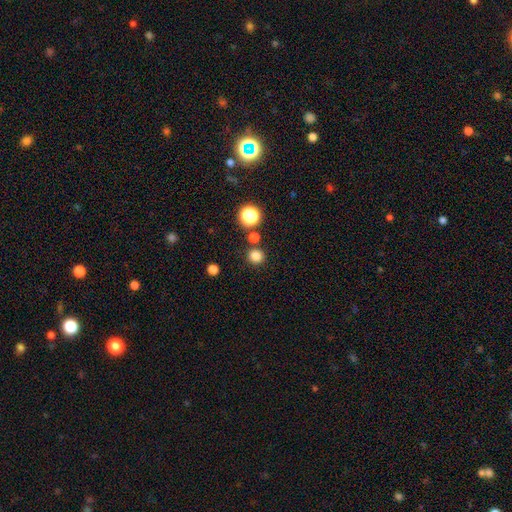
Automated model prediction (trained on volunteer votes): The model was most divided on "smooth or featured": smooth: 80%, star or artifact: 16%, featured or disk: 4%. More confident: how rounded — round (94%); merging — none (84%).